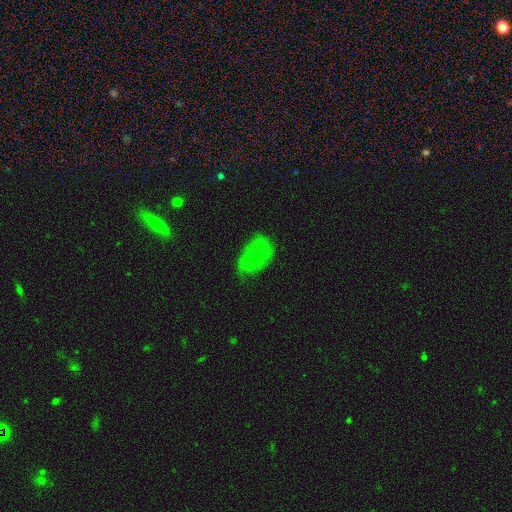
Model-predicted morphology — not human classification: Smooth or featured?
  - smooth: 66% *
  - featured or disk: 24%
  - star or artifact: 10%
How rounded?
  - in between: 90% *
  - round: 7%
  - cigar-shaped: 2%
Merging?
  - none: 53% *
  - minor disturbance: 33%
  - major disturbance: 12%
  - merger: 2%